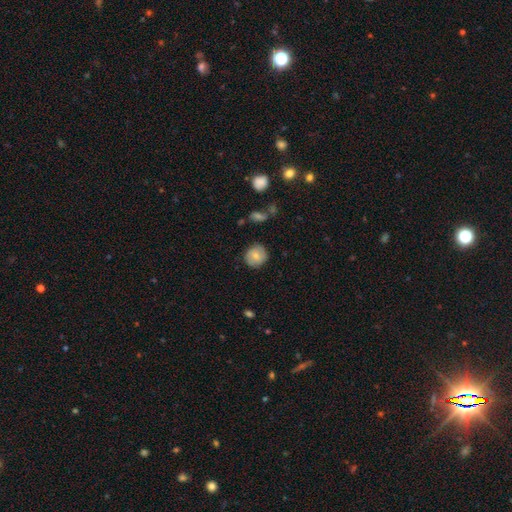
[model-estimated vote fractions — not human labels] Smooth or featured? smooth (69%)
How rounded? round (87%)
Merging? none (83%)